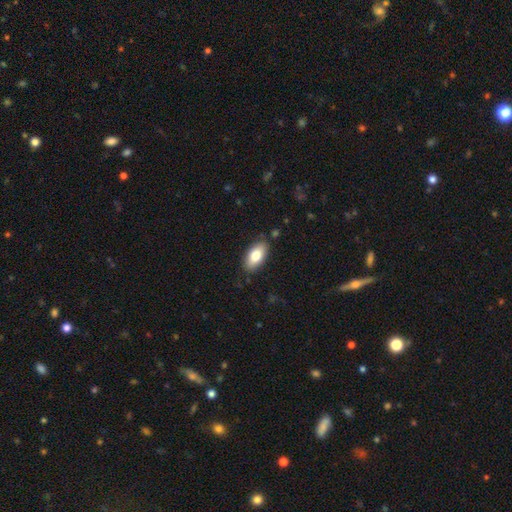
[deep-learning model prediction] A smooth galaxy with no disk features (79%) that is in between round and cigar-shaped (92%).

Vote fractions:
- Smooth or featured? smooth: 79% / featured or disk: 14% / star or artifact: 7%
- How rounded? in between: 92% / cigar-shaped: 5% / round: 3%
- Merging? none: 86% / minor disturbance: 11% / major disturbance: 2% / merger: 1%